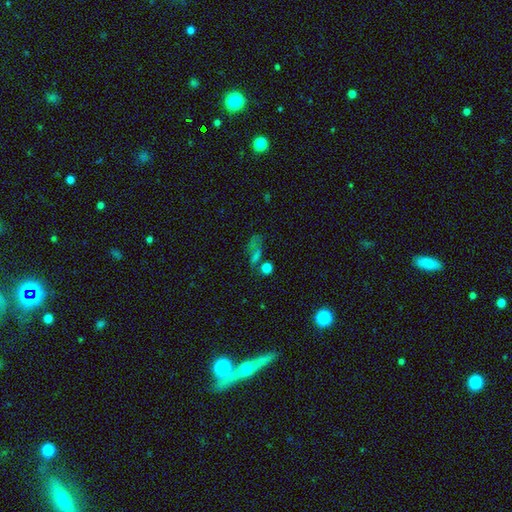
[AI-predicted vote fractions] Q: Smooth or featured?
A: star or artifact (37%); runner-up: smooth (36%)